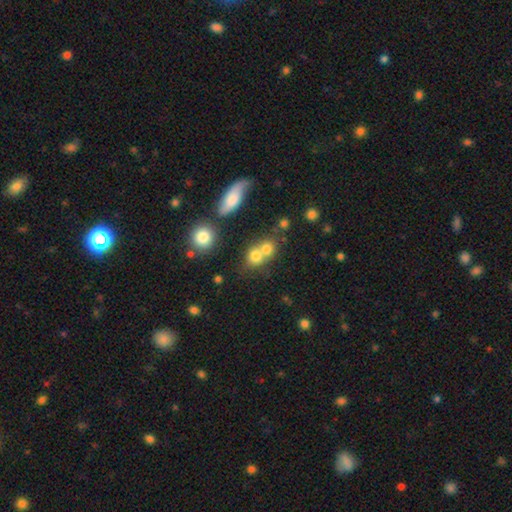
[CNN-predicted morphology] Q: Smooth or featured?
A: smooth (74%); runner-up: star or artifact (13%)
Q: How rounded?
A: round (74%); runner-up: in between (24%)
Q: Merging?
A: merger (54%); runner-up: none (35%)